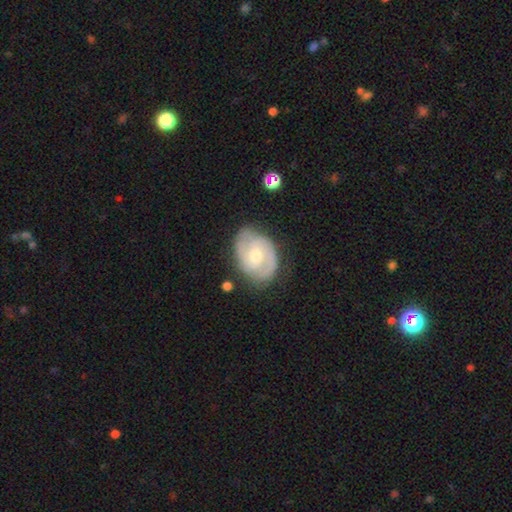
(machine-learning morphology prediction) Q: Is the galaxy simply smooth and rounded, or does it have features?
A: featured or disk — 76%.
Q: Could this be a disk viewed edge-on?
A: no — 97%.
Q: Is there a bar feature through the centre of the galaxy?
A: no — 49%.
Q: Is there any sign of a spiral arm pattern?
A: yes — 91%.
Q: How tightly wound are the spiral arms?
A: medium — 45%.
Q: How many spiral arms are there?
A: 2 — 76%.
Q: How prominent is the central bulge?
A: moderate — 60%.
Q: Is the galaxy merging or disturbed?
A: none — 75%.